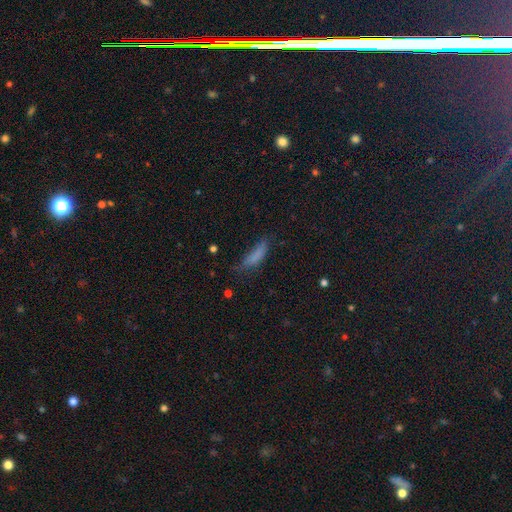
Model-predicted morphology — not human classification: smooth_or_featured: smooth (p=0.77) [alt: featured or disk p=0.12]
how_rounded: cigar-shaped (p=0.65) [alt: in between p=0.33]
merging: none (p=0.49) [alt: minor disturbance p=0.31]